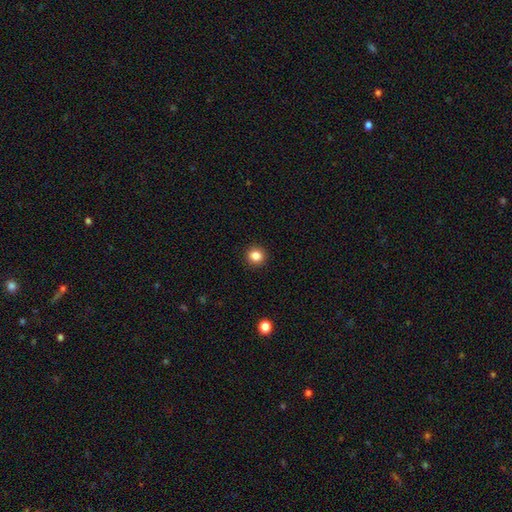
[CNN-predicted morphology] smooth_or_featured: smooth (p=0.85) [alt: star or artifact p=0.11]
how_rounded: round (p=0.92) [alt: in between p=0.07]
merging: none (p=0.93) [alt: minor disturbance p=0.05]